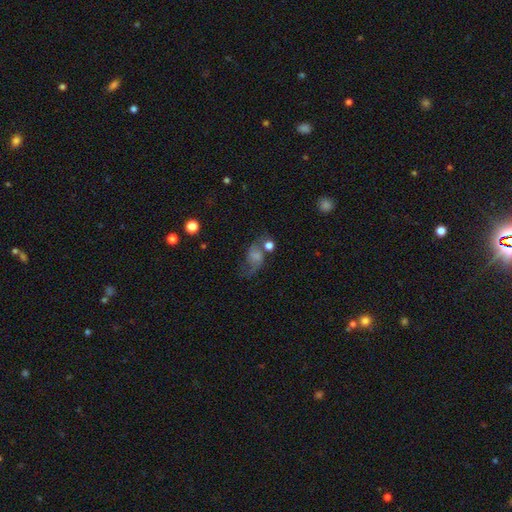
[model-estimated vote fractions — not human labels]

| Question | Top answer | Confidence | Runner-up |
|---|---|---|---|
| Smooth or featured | smooth | 42% | featured or disk (41%) |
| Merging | none | 38% | major disturbance (26%) |